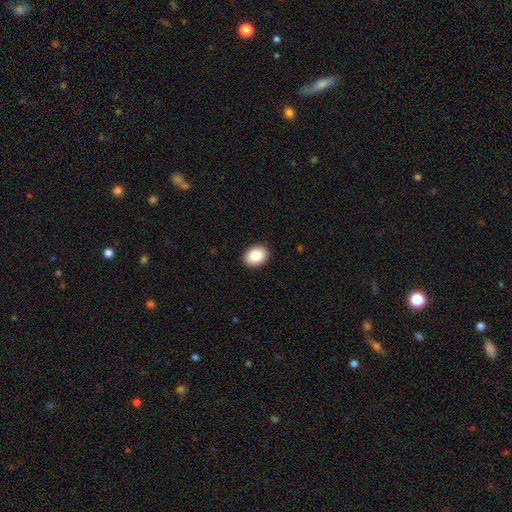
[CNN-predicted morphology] smooth-or-featured: smooth: 87% | star or artifact: 7% | featured or disk: 5%
  how-rounded: in between: 68% | round: 31% | cigar-shaped: 1%
  merging: none: 91% | minor disturbance: 6% | major disturbance: 2% | merger: 1%